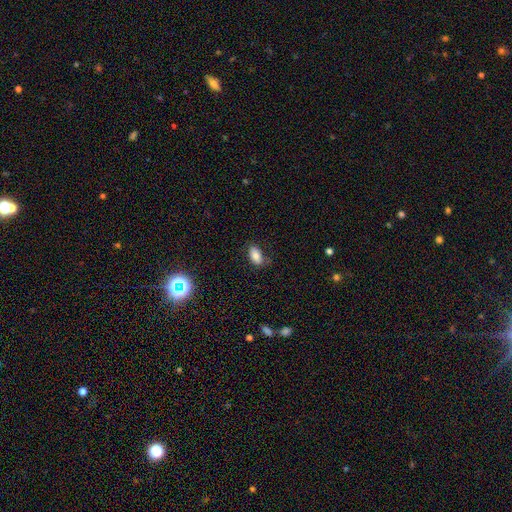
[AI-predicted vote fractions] Q: Smooth or featured?
A: smooth (80%); runner-up: star or artifact (10%)
Q: How rounded?
A: in between (92%); runner-up: round (5%)
Q: Merging?
A: none (74%); runner-up: minor disturbance (19%)